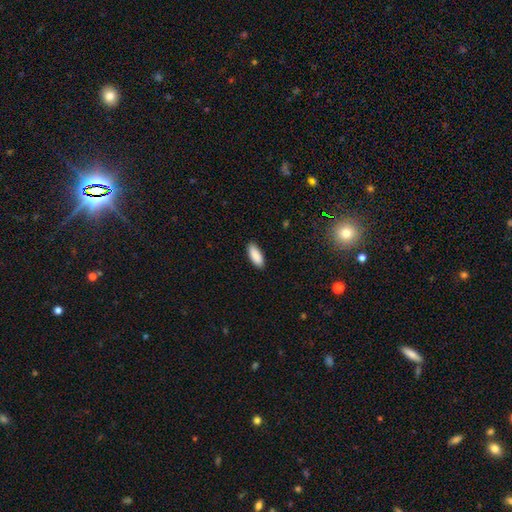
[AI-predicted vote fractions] A smooth galaxy with no disk features (90%) that is in between round and cigar-shaped (80%). Merging: none (89%).